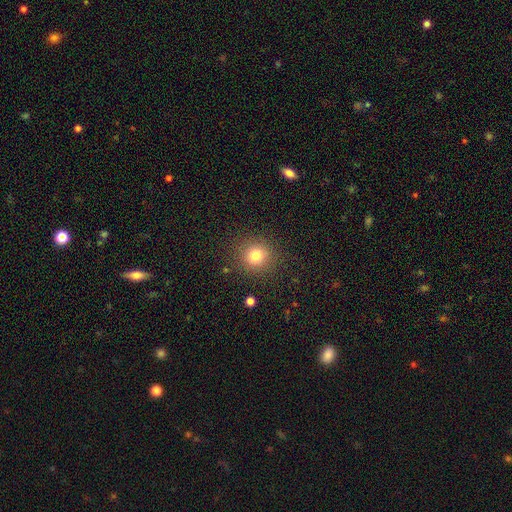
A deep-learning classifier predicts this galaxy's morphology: The model was most divided on "smooth or featured": smooth: 79%, star or artifact: 13%, featured or disk: 8%. More confident: how rounded — round (89%); merging — none (88%).